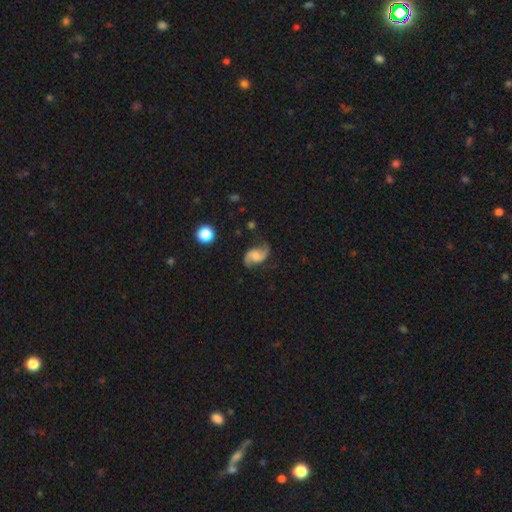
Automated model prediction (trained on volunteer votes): This is clearly a featured or disk galaxy (85%). It is clearly not viewed edge-on (98%). Bar: possibly no (52%). Spiral arm pattern: clearly yes (97%). Spiral arm count: clearly 2 (93%). Spiral winding: possibly loose (59%). Central bulge: marginally none (35%). Merging: likely none (78%).